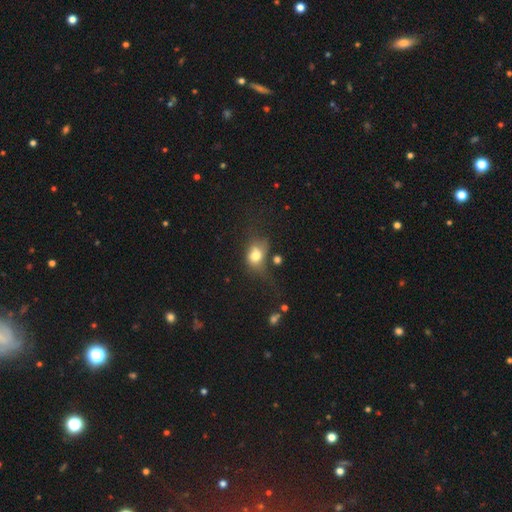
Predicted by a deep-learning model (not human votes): smooth-or-featured: smooth: 72% | featured or disk: 17% | star or artifact: 11%
  how-rounded: in between: 62% | round: 36% | cigar-shaped: 2%
  merging: none: 32% | major disturbance: 30% | minor disturbance: 28% | merger: 11%